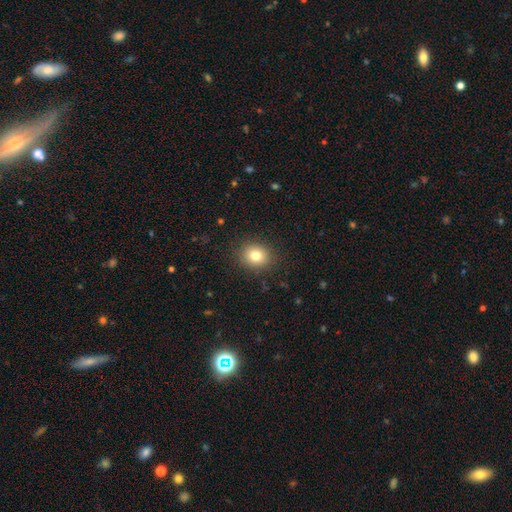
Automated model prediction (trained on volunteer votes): Smooth or featured?
  - smooth: 79% *
  - star or artifact: 12%
  - featured or disk: 9%
How rounded?
  - round: 68% *
  - in between: 32%
  - cigar-shaped: 1%
Merging?
  - none: 88% *
  - minor disturbance: 8%
  - major disturbance: 3%
  - merger: 1%